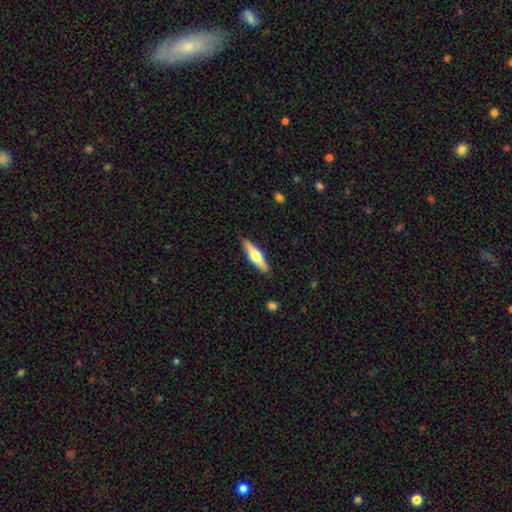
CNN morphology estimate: This appears to be a smooth galaxy with no disk features (49%). Merging: none (88%).